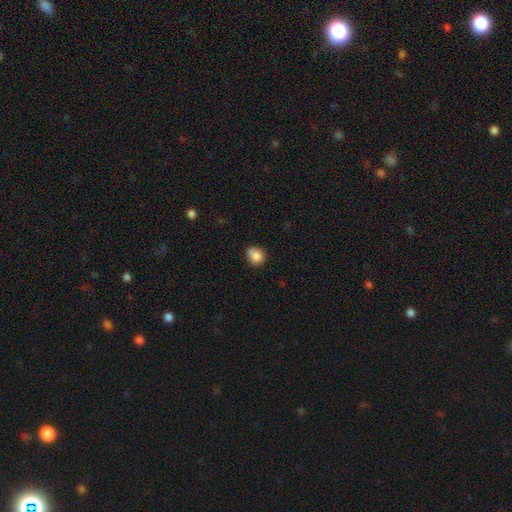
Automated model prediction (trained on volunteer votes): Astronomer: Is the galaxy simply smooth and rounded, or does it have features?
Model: smooth — 83%.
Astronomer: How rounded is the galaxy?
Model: round — 64%.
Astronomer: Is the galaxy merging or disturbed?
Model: none — 60%.